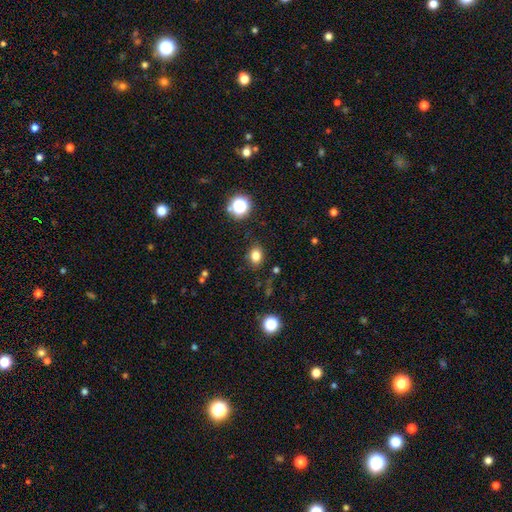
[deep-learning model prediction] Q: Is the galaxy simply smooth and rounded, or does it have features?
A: smooth — 80%.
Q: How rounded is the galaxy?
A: in between — 57%.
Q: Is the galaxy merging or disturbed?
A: none — 85%.